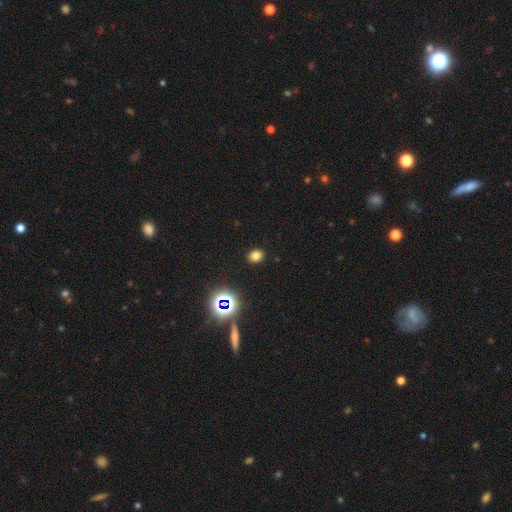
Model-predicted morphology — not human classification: smooth-or-featured: smooth: 74% | star or artifact: 20% | featured or disk: 6%
  how-rounded: round: 57% | in between: 42% | cigar-shaped: 1%
  merging: none: 90% | minor disturbance: 6% | major disturbance: 2% | merger: 1%